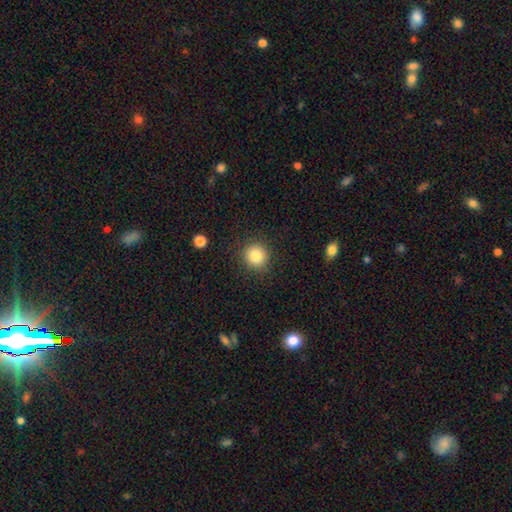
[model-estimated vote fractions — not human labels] A smooth galaxy with no disk features (84%) that is round (91%).

Vote fractions:
- Smooth or featured? smooth: 84% / star or artifact: 10% / featured or disk: 6%
- How rounded? round: 91% / in between: 8% / cigar-shaped: 1%
- Merging? none: 89% / minor disturbance: 7% / major disturbance: 3% / merger: 1%